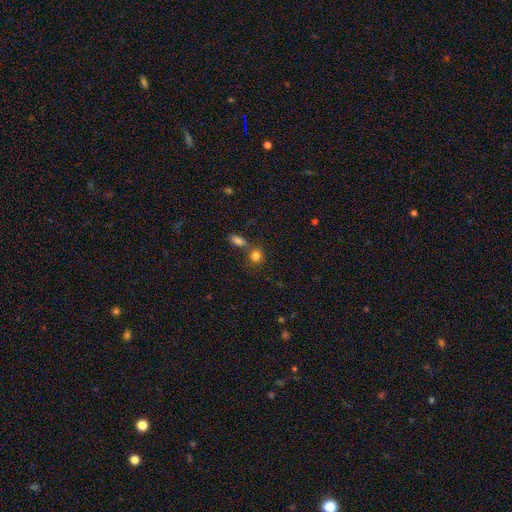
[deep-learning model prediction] smooth 81%, star or artifact 11%, featured or disk 7%. Down the decision tree: how rounded — round (75%); merging — none (59%).